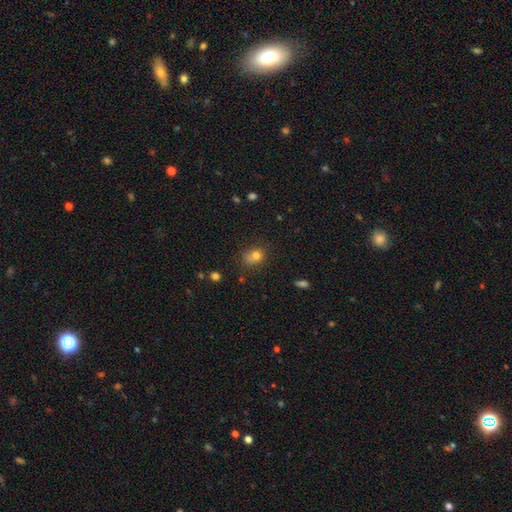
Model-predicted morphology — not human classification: Smooth or featured?
  - smooth: 77% *
  - star or artifact: 14%
  - featured or disk: 10%
How rounded?
  - round: 56% *
  - in between: 42%
  - cigar-shaped: 1%
Merging?
  - none: 57% *
  - minor disturbance: 26%
  - major disturbance: 10%
  - merger: 7%